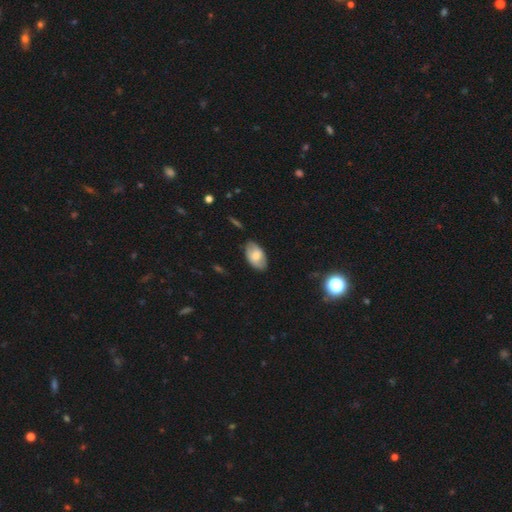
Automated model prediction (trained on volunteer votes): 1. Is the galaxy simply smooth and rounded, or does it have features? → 69% smooth, 24% featured or disk, 7% star or artifact.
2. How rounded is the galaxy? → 93% in between, 5% round, 2% cigar-shaped.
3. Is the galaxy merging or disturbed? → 77% none, 18% minor disturbance, 3% major disturbance, 2% merger.